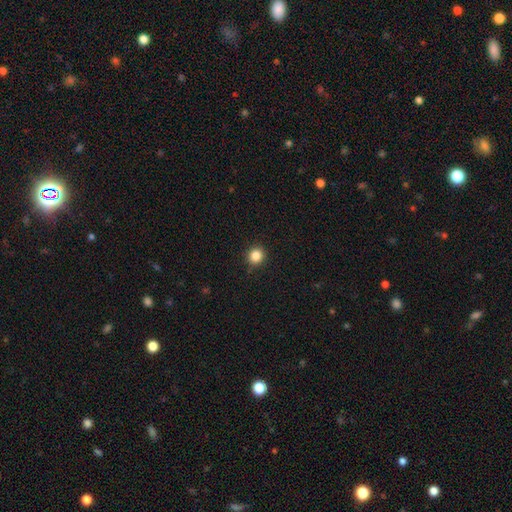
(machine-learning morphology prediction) smooth-or-featured: smooth: 85% | star or artifact: 11% | featured or disk: 4%
  how-rounded: round: 91% | in between: 8% | cigar-shaped: 1%
  merging: none: 91% | minor disturbance: 6% | major disturbance: 2% | merger: 1%